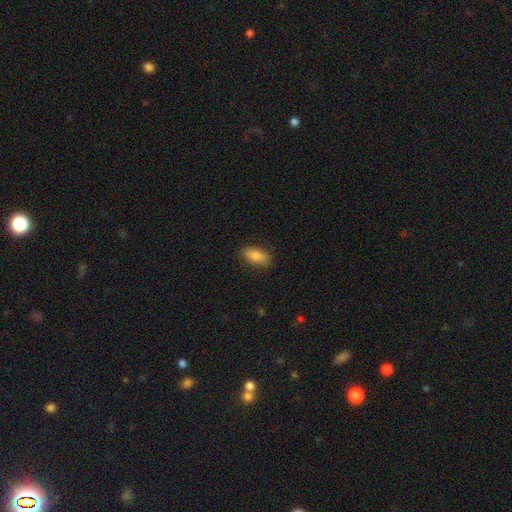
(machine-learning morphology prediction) The model was most divided on "smooth or featured": smooth: 82%, featured or disk: 11%, star or artifact: 7%. More confident: how rounded — in between (87%); merging — none (85%).